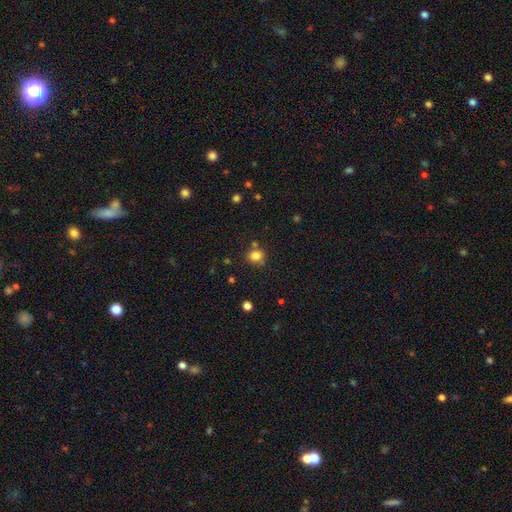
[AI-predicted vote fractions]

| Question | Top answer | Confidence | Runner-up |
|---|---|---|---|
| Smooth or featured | smooth | 81% | star or artifact (13%) |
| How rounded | round | 75% | in between (24%) |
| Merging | none | 72% | minor disturbance (14%) |